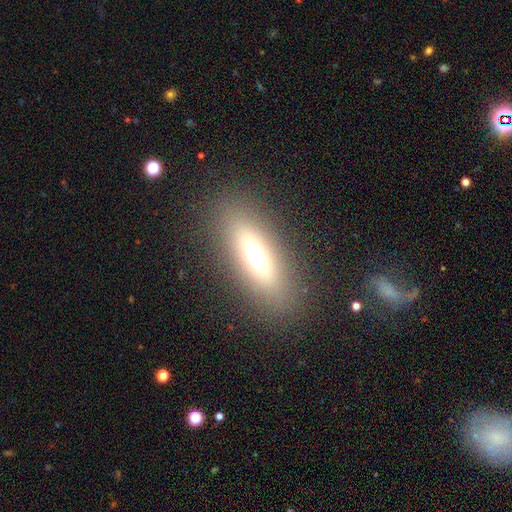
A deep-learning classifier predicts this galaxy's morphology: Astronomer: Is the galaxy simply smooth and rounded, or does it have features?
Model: smooth — 56%.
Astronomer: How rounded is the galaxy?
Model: in between — 61%.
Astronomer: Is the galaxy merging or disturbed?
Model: none — 86%.